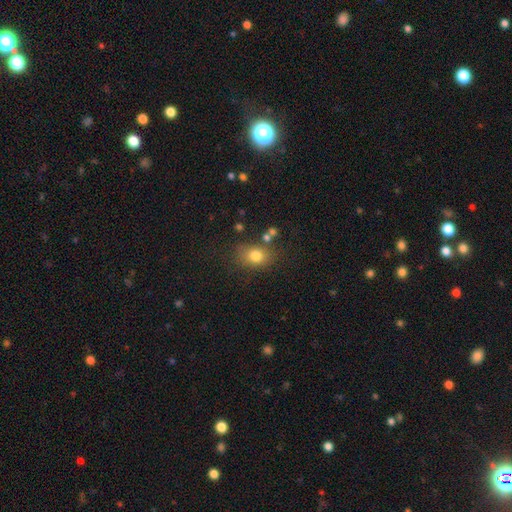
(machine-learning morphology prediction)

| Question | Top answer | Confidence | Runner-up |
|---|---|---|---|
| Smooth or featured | smooth | 79% | star or artifact (12%) |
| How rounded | in between | 60% | round (38%) |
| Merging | none | 71% | minor disturbance (16%) |